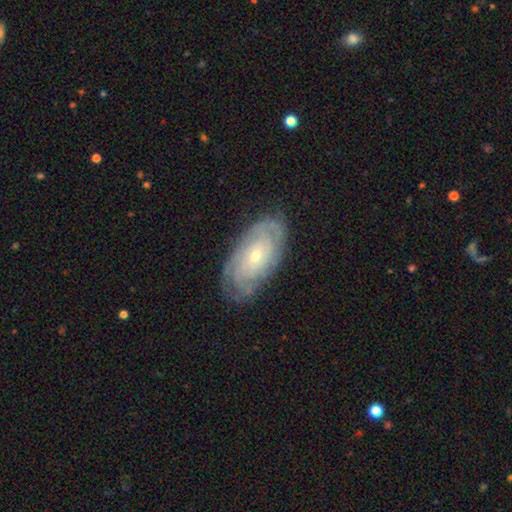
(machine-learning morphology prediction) The model was most divided on "spiral arm count": can't tell: 44%, 2: 17%, 3: 15%, 4: 13%, more than 4: 6%, 1: 5%. More confident: edge-on disk — no (94%); spiral arms — yes (93%); smooth or featured — featured or disk (81%); spiral winding — tight (78%); merging — none (78%); bar — no (71%); bulge size — small (63%).